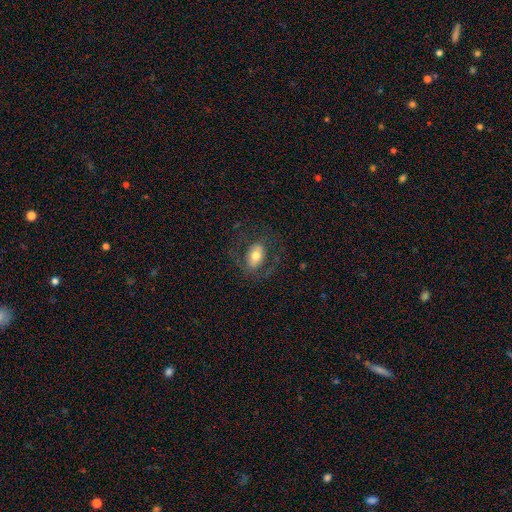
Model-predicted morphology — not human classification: Smooth or featured: smooth — 55% (featured or disk — 36%)
How rounded: in between — 83% (round — 15%)
Merging: none — 68% (major disturbance — 16%)